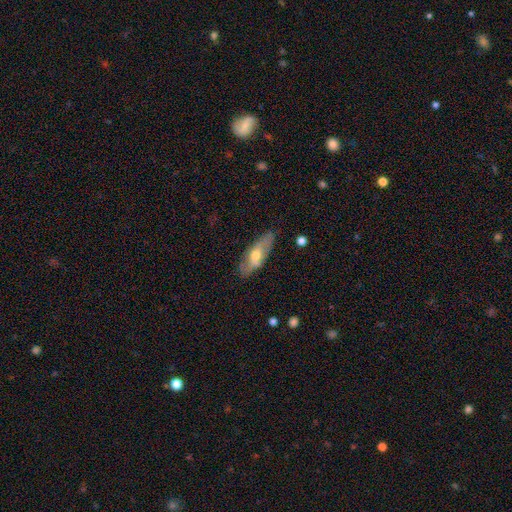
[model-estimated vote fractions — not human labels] The model was most divided on "smooth or featured": smooth: 47%, featured or disk: 46%, star or artifact: 6%. More confident: merging — none (74%).